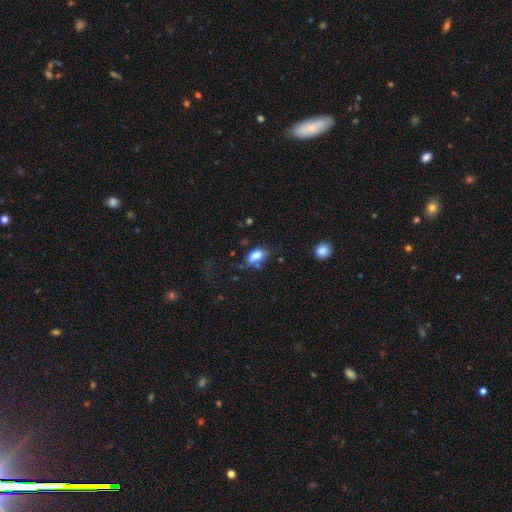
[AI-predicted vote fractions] This appears to be a smooth galaxy with no disk features (82%) that is in between round and cigar-shaped (86%). Merging: none (53%).